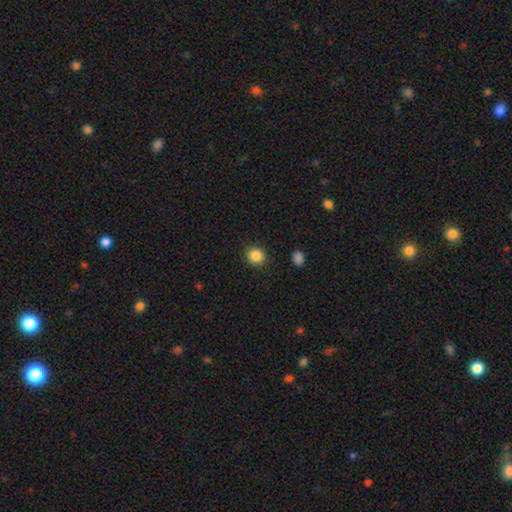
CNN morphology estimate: This is clearly a smooth galaxy (86%). How rounded: clearly round (85%). Merging: clearly none (90%).